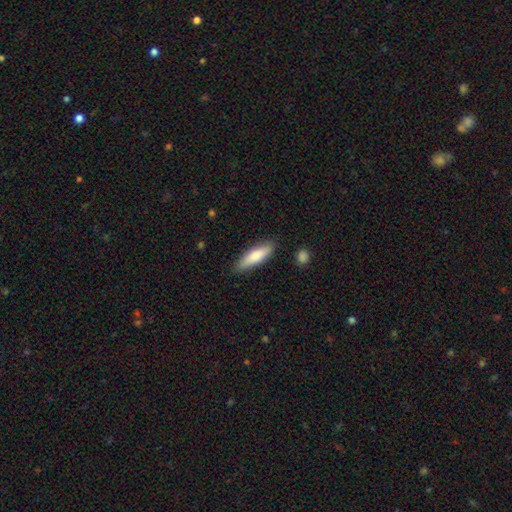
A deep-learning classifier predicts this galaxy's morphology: This appears to be a smooth galaxy with no disk features (77%) that is cigar-shaped (61%). Merging: none (86%).